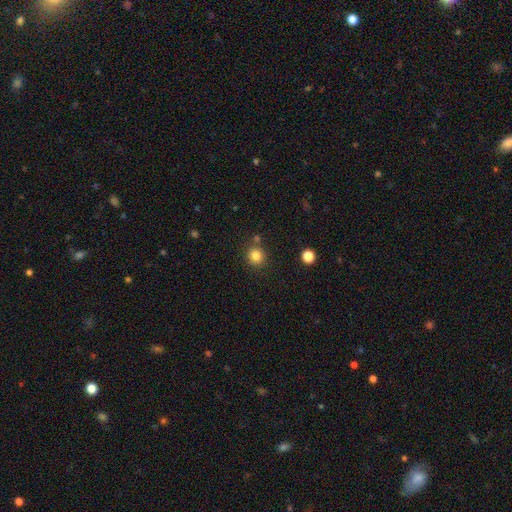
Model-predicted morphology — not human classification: A smooth galaxy with no disk features (83%) that is round (90%). Merging: none (80%).